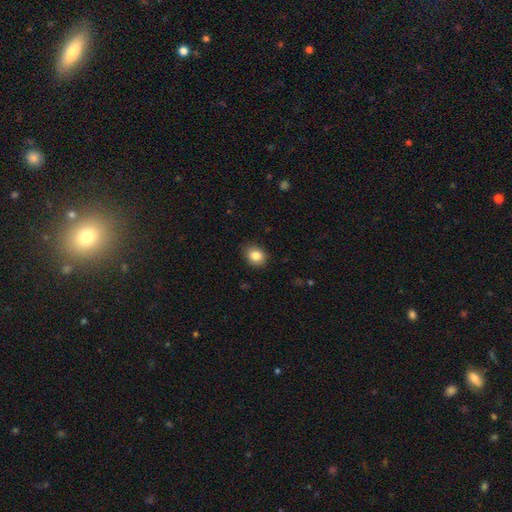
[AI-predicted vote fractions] A smooth galaxy with no disk features (84%) that is round (53%). Merging: none (85%).